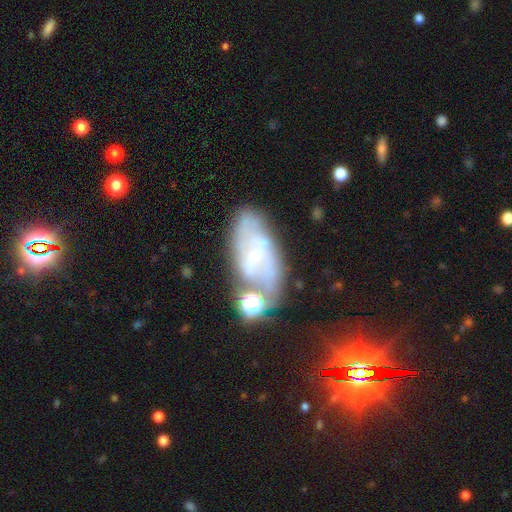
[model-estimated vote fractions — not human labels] Overall: featured or disk (64%; smooth 24%). Edge-on disk: no (91%). Bar: weak (43%; no 38%). Spiral arms: yes (63%; no 37%). Bulge size: small (62%). Merging: none (56%; minor disturbance 21%).